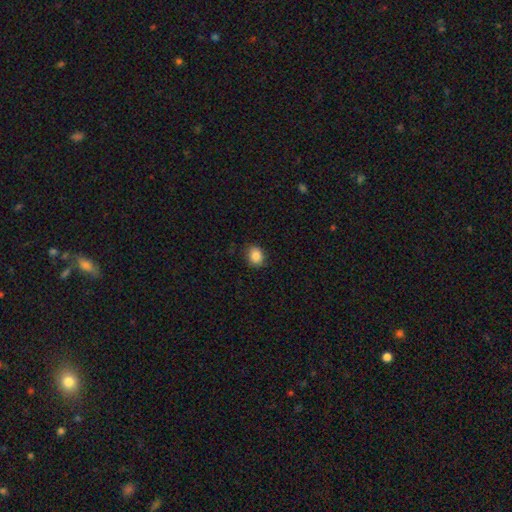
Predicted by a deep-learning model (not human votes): Smooth or featured? smooth (87%)
How rounded? round (54%)
Merging? none (85%)